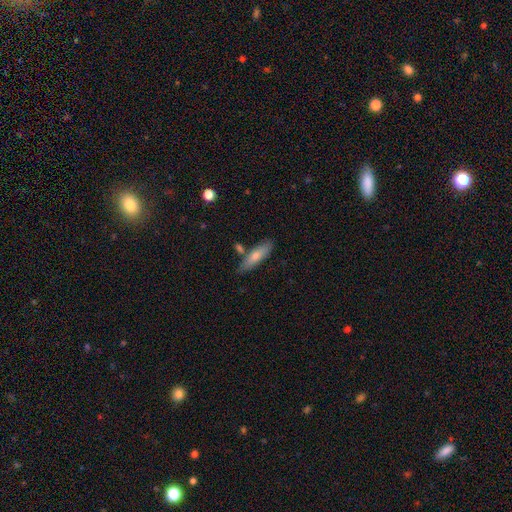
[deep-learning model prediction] smooth-or-featured: smooth: 72% | featured or disk: 22% | star or artifact: 6%
  how-rounded: cigar-shaped: 61% | in between: 37% | round: 2%
  merging: none: 71% | minor disturbance: 16% | merger: 10% | major disturbance: 3%